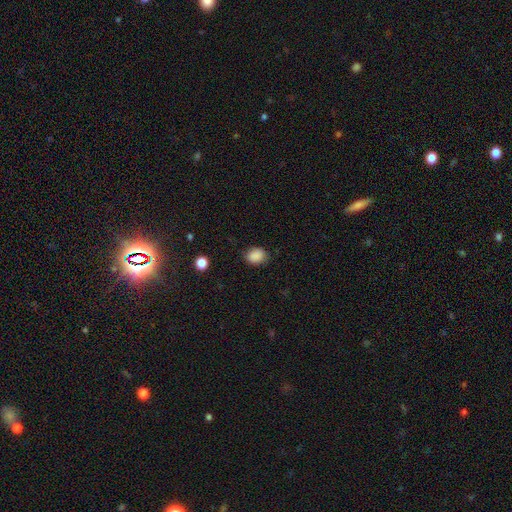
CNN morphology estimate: Smooth or featured? Predicted: smooth (p=0.87). How rounded? Predicted: in between (p=0.57). Merging? Predicted: none (p=0.80).